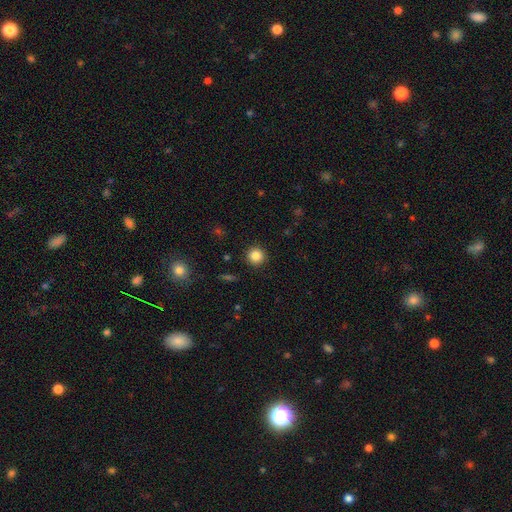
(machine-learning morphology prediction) A smooth galaxy with no disk features (85%) that is round (95%).

Vote fractions:
- Smooth or featured? smooth: 85% / star or artifact: 11% / featured or disk: 5%
- How rounded? round: 95% / in between: 4% / cigar-shaped: 1%
- Merging? none: 92% / minor disturbance: 5% / major disturbance: 2% / merger: 1%